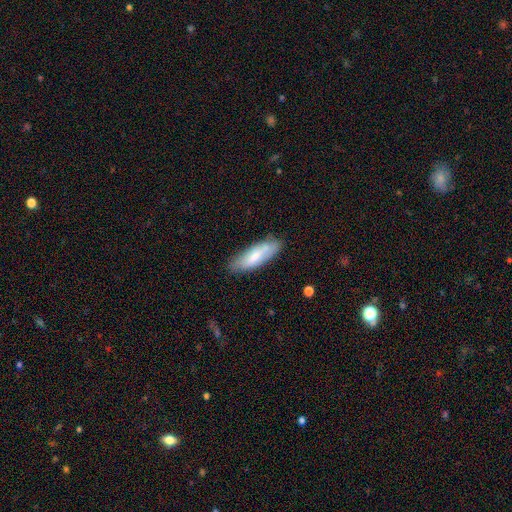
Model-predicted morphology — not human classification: This is likely a smooth galaxy (66%). How rounded: possibly in between (58%). Merging: likely none (79%).